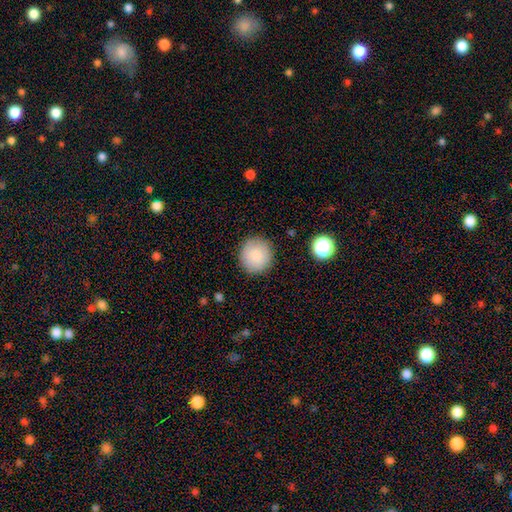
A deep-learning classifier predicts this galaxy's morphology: smooth_or_featured: smooth (p=0.85) [alt: star or artifact p=0.08]
how_rounded: round (p=0.92) [alt: in between p=0.07]
merging: none (p=0.89) [alt: minor disturbance p=0.08]